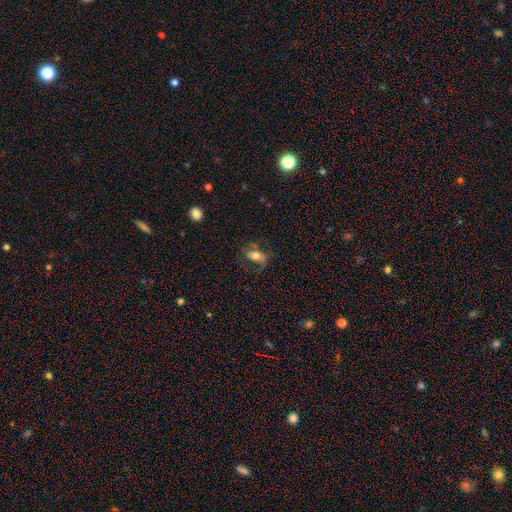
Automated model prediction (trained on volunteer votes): This is possibly a smooth galaxy (55%). How rounded: clearly in between (83%). Merging: possibly none (57%).